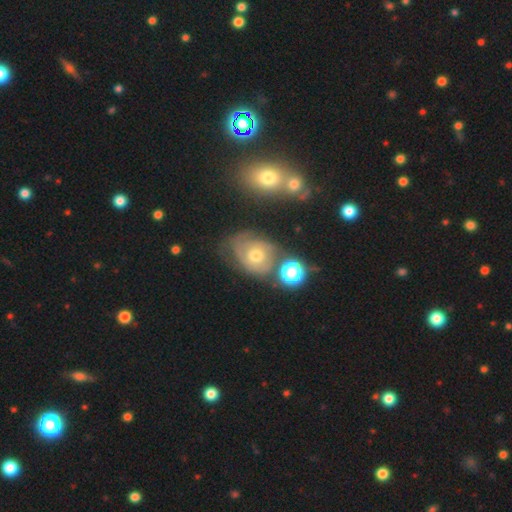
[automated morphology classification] Smooth or featured? featured or disk (63%)
Edge-on disk? no (96%)
Bar? no (77%)
Spiral arms? yes (80%)
Bulge size? moderate (66%)
Merging? none (55%)